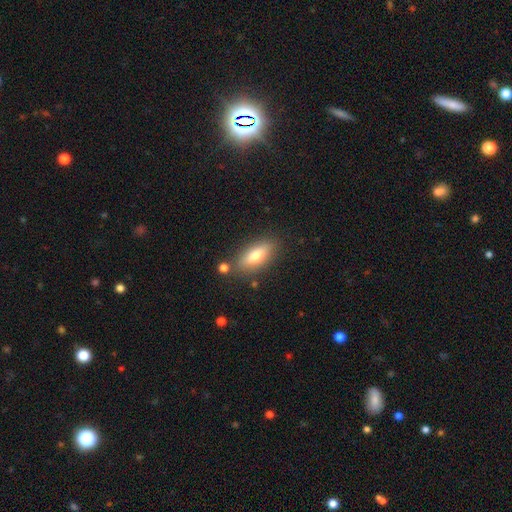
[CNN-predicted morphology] Overall: smooth (73%). How rounded: in between (72%). Merging: none (79%).